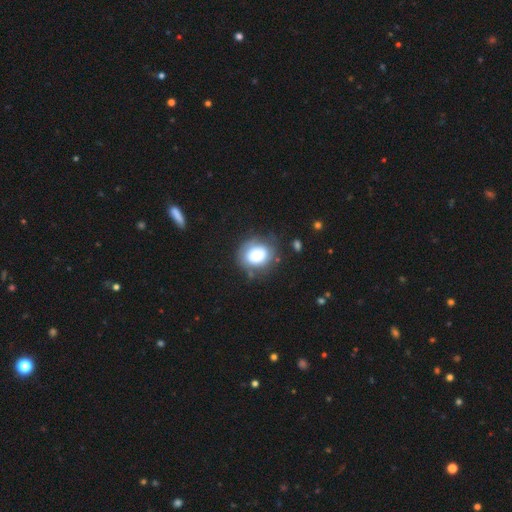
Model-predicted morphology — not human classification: Smooth or featured: smooth — 69% (featured or disk — 22%)
How rounded: round — 63% (in between — 36%)
Merging: none — 67% (minor disturbance — 19%)